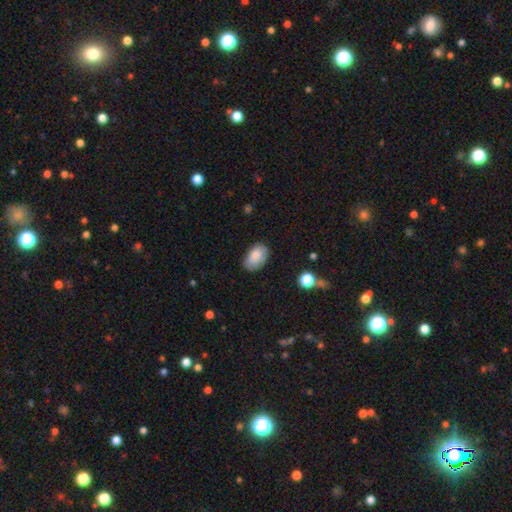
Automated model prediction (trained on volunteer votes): A smooth galaxy with no disk features (84%) that is in between round and cigar-shaped (92%). Merging: none (74%).